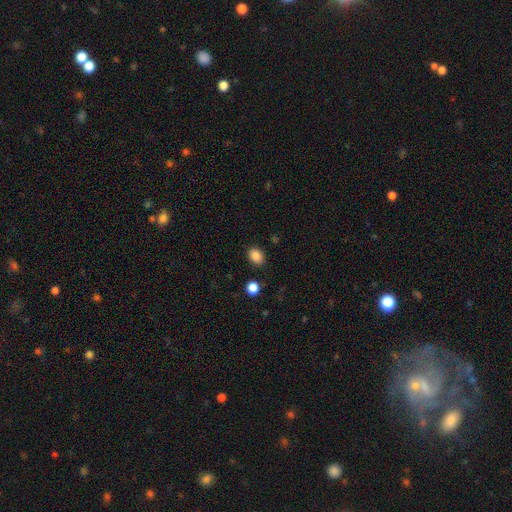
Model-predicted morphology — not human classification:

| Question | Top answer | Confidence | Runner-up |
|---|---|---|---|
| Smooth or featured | smooth | 87% | star or artifact (10%) |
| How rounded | in between | 65% | round (34%) |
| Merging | none | 86% | minor disturbance (9%) |